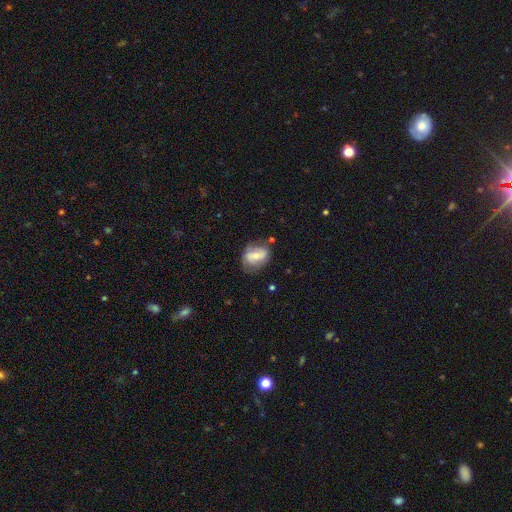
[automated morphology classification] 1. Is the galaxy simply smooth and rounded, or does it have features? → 47% featured or disk, 45% smooth, 8% star or artifact.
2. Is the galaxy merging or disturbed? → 61% none, 26% minor disturbance, 9% major disturbance, 4% merger.